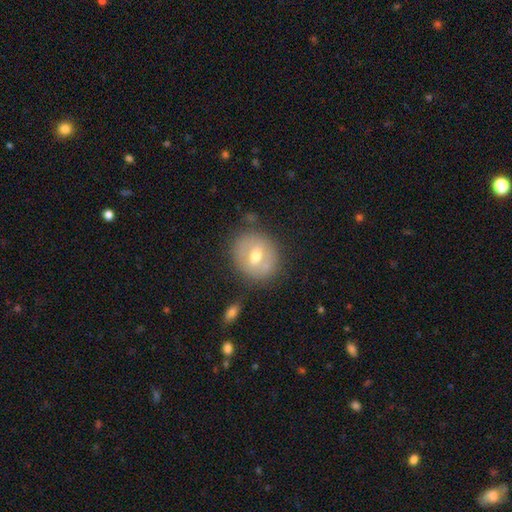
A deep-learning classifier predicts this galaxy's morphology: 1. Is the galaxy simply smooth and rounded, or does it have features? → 51% smooth, 40% featured or disk, 9% star or artifact.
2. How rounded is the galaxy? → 79% round, 19% in between, 1% cigar-shaped.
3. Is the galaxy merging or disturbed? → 77% none, 13% minor disturbance, 6% merger, 4% major disturbance.